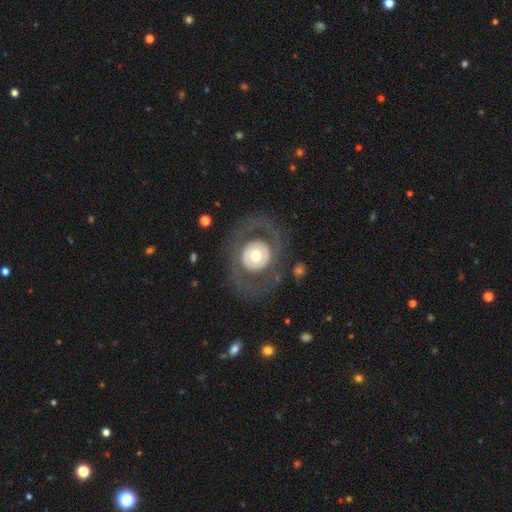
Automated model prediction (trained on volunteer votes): Q: Smooth or featured?
A: featured or disk (60%); runner-up: smooth (35%)
Q: Edge-on disk?
A: no (95%); runner-up: yes (5%)
Q: Bar?
A: no (84%); runner-up: weak (11%)
Q: Spiral arms?
A: no (78%); runner-up: yes (22%)
Q: Bulge size?
A: moderate (63%); runner-up: large (26%)
Q: Merging?
A: none (74%); runner-up: major disturbance (15%)